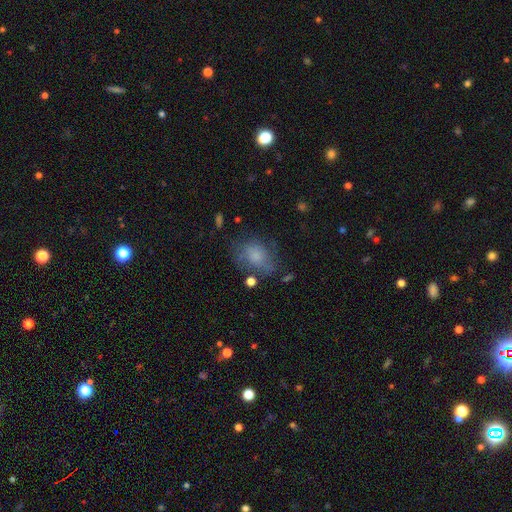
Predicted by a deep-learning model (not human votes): Overall: smooth (64%; featured or disk 25%). How rounded: in between (64%; round 34%). Merging: none (52%; minor disturbance 27%).